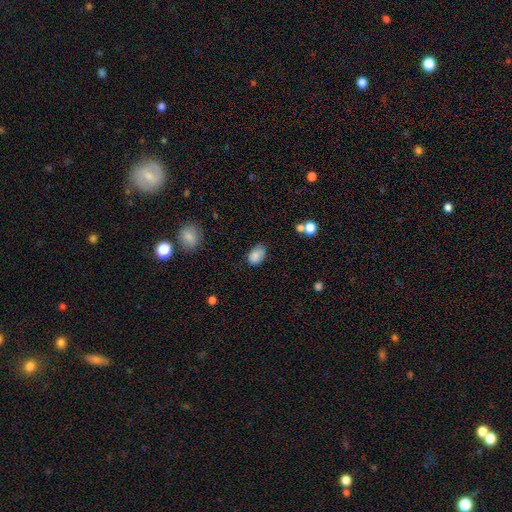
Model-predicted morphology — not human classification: smooth-or-featured: smooth: 85% | star or artifact: 8% | featured or disk: 7%
  how-rounded: in between: 86% | round: 13% | cigar-shaped: 1%
  merging: none: 66% | minor disturbance: 26% | major disturbance: 5% | merger: 2%